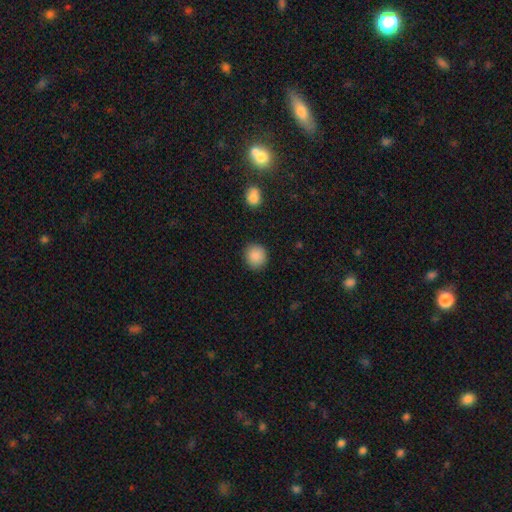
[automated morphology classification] Q: Smooth or featured?
A: smooth (88%); runner-up: star or artifact (8%)
Q: How rounded?
A: round (84%); runner-up: in between (15%)
Q: Merging?
A: none (89%); runner-up: minor disturbance (8%)